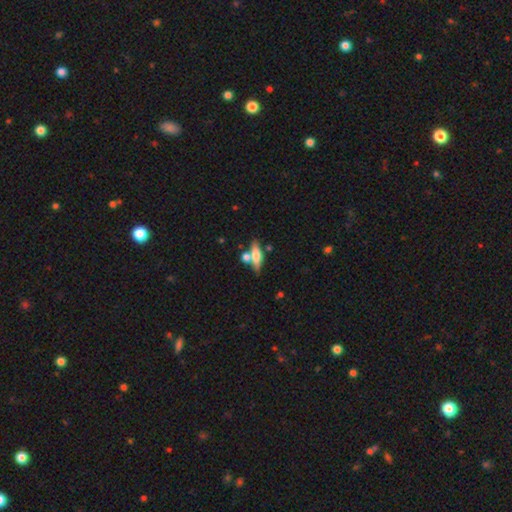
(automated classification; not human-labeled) Q: Smooth or featured?
A: smooth (50%); runner-up: featured or disk (42%)
Q: How rounded?
A: cigar-shaped (56%); runner-up: in between (39%)
Q: Merging?
A: none (63%); runner-up: merger (21%)